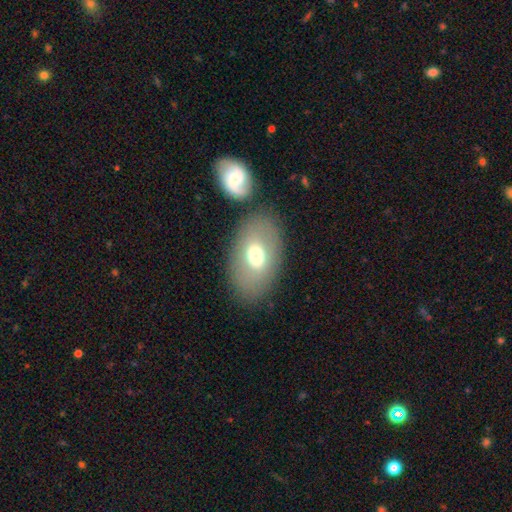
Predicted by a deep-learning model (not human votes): smooth 63%, featured or disk 29%, star or artifact 9%. Down the decision tree: how rounded — in between (89%); merging — none (78%).